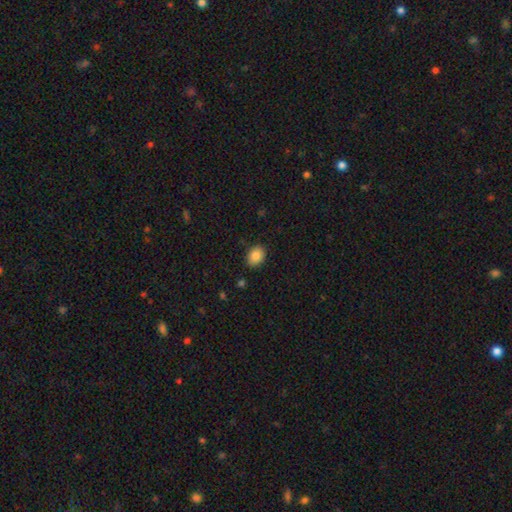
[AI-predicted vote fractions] smooth 87%, star or artifact 8%, featured or disk 5%. Down the decision tree: how rounded — in between (71%); merging — none (86%).